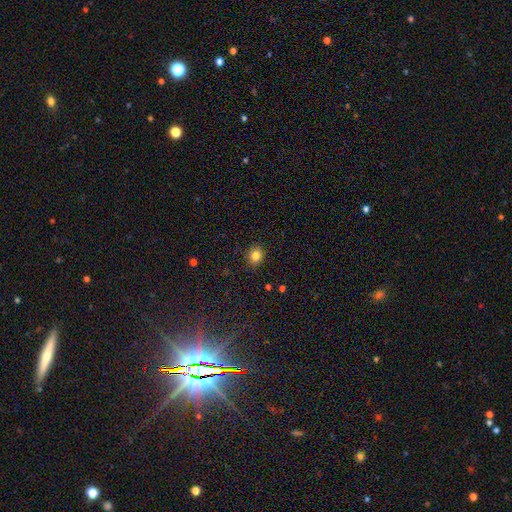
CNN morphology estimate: A smooth galaxy with no disk features (82%) that is round (71%).

Vote fractions:
- Smooth or featured? smooth: 82% / star or artifact: 12% / featured or disk: 6%
- How rounded? round: 71% / in between: 28% / cigar-shaped: 1%
- Merging? none: 88% / minor disturbance: 9% / major disturbance: 2% / merger: 1%